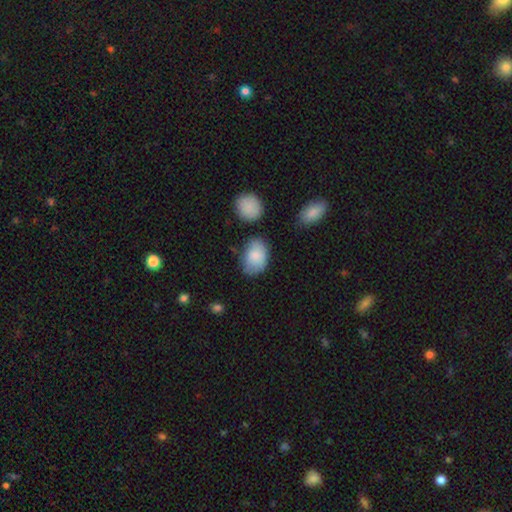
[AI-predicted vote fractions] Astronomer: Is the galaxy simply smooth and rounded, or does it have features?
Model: smooth — 85%.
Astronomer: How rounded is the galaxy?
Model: in between — 84%.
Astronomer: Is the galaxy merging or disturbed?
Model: none — 62%.